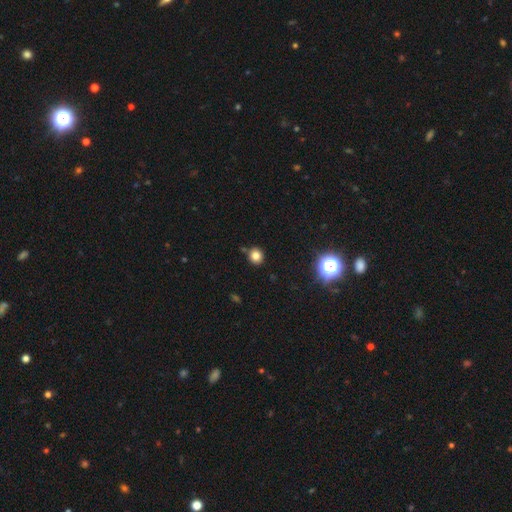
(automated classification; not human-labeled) This is clearly a smooth galaxy (80%). How rounded: clearly round (84%). Merging: clearly none (83%).